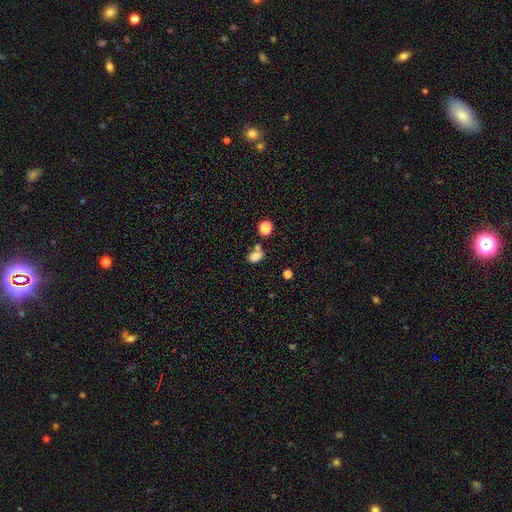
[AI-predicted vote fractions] Smooth or featured: smooth — 75% (star or artifact — 14%)
How rounded: in between — 72% (round — 26%)
Merging: none — 44% (merger — 31%)